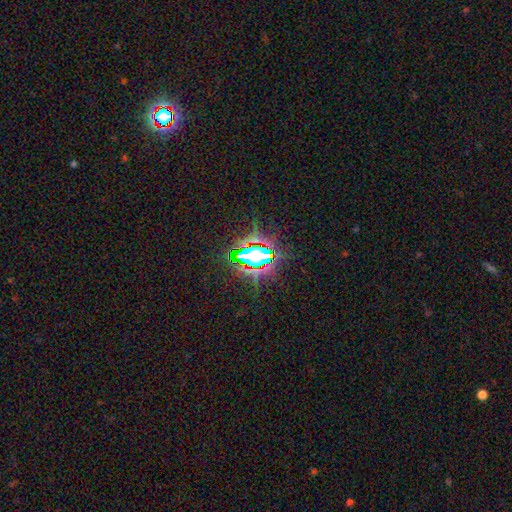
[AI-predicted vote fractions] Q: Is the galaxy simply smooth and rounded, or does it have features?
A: star or artifact — 72%.